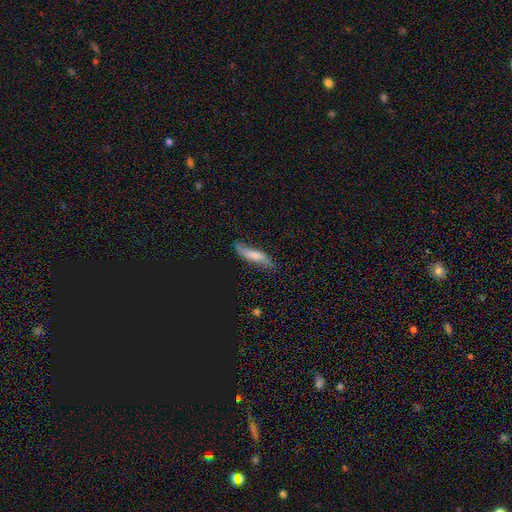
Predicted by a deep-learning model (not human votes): Smooth or featured? Predicted: featured or disk (p=0.49). Merging? Predicted: none (p=0.77).